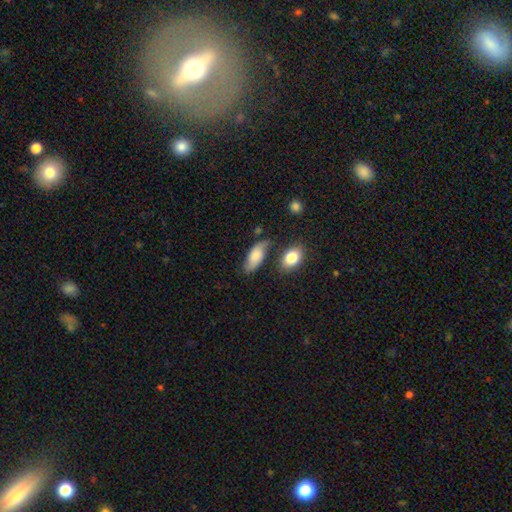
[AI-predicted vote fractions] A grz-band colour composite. It shows a smooth galaxy with no disk features (63%) that is in between round and cigar-shaped (88%). Merging: none (57%).